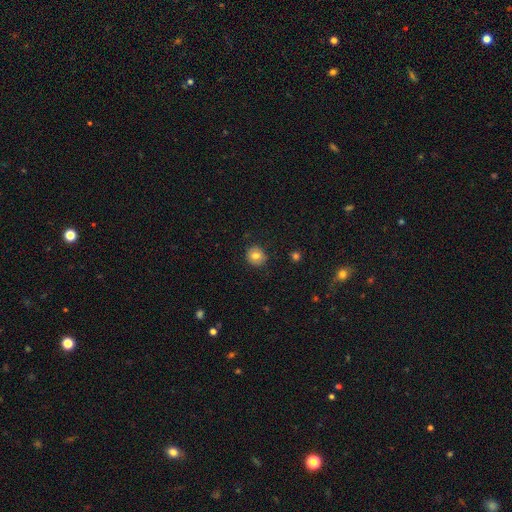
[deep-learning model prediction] A smooth galaxy with no disk features (79%) that is round (84%).

Vote fractions:
- Smooth or featured? smooth: 79% / featured or disk: 11% / star or artifact: 10%
- How rounded? round: 84% / in between: 15% / cigar-shaped: 1%
- Merging? none: 86% / minor disturbance: 11% / major disturbance: 2% / merger: 1%